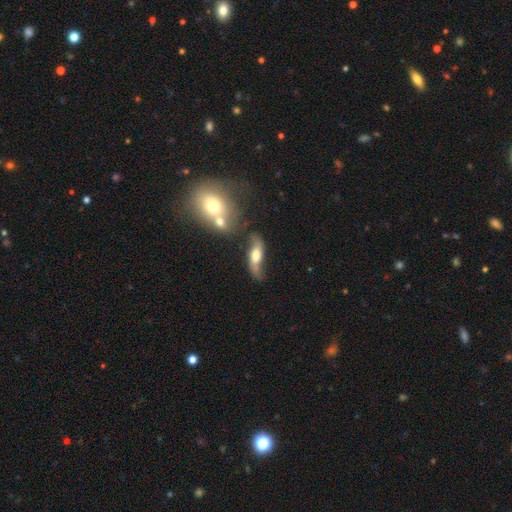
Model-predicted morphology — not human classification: The model was most divided on "smooth or featured": featured or disk: 61%, smooth: 32%, star or artifact: 7%. More confident: edge-on disk — no (75%); merging — none (52%).